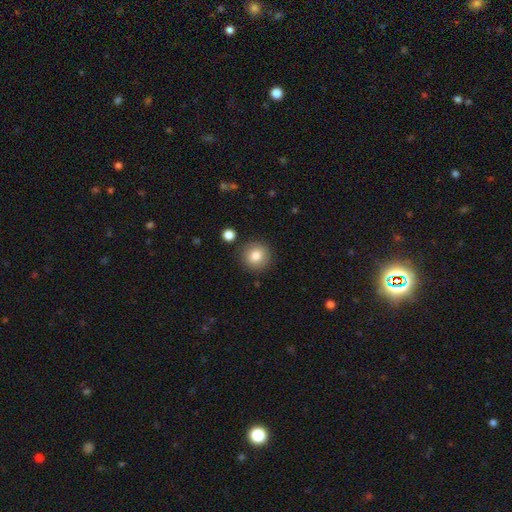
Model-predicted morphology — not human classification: smooth 83%, star or artifact 9%, featured or disk 8%. Down the decision tree: how rounded — round (93%); merging — none (88%).